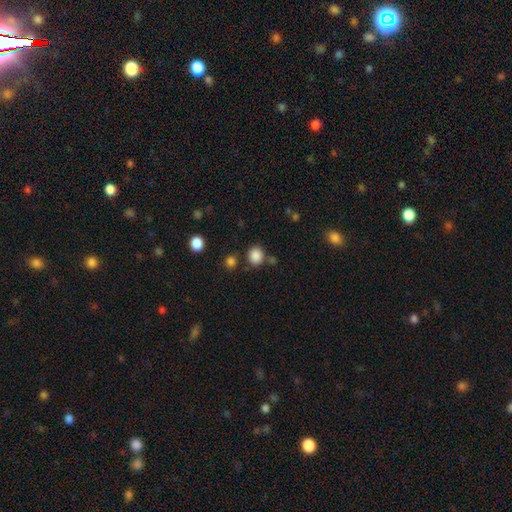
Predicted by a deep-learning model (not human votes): The model was most divided on "how rounded": round: 77%, in between: 22%, cigar-shaped: 1%. More confident: smooth or featured — smooth (85%); merging — none (76%).